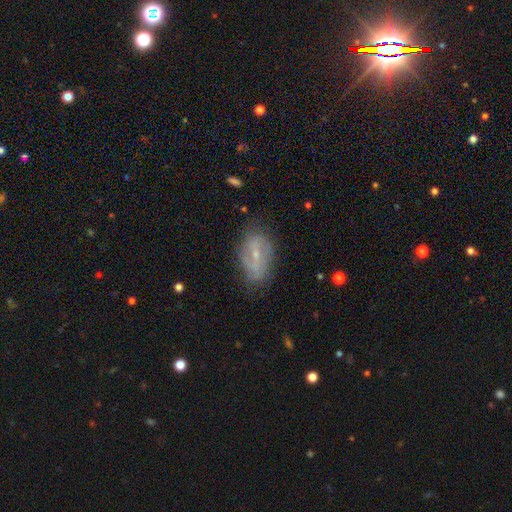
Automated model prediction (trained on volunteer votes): A featured or disk galaxy (67%) with a weak bar (48%), spiral arms (76%) and a small central bulge (70%). Merging: none (72%).